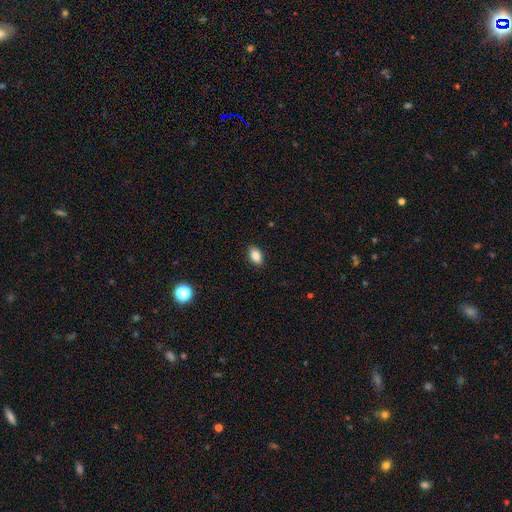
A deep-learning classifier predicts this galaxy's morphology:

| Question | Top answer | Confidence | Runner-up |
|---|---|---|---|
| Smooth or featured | smooth | 86% | star or artifact (9%) |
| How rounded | in between | 89% | round (9%) |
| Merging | none | 89% | minor disturbance (8%) |